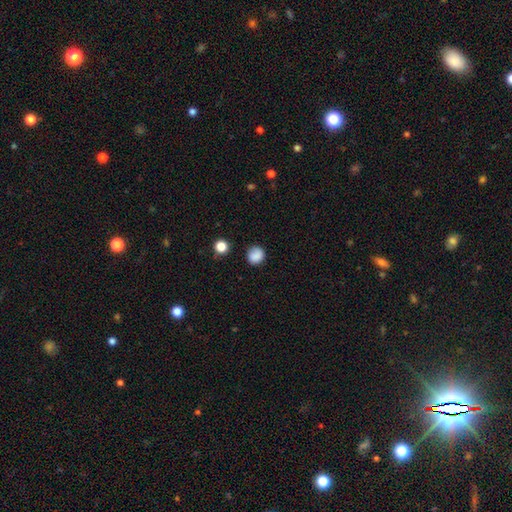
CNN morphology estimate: type=smooth (85%); roundness=round (89%); merging=none (80%).